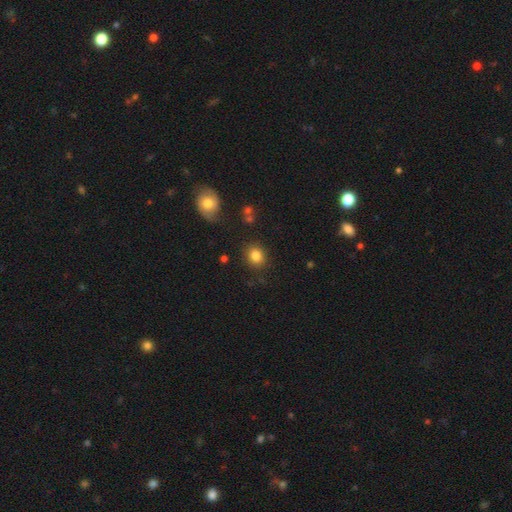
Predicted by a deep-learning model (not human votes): Smooth or featured? smooth (84%)
How rounded? round (73%)
Merging? none (86%)